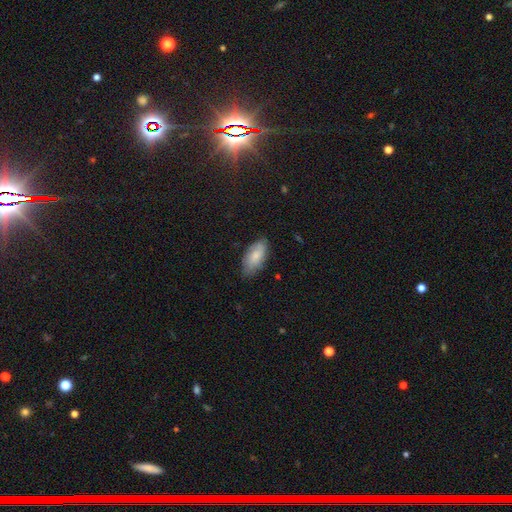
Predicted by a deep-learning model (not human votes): Smooth or featured? smooth (75%)
How rounded? in between (90%)
Merging? none (73%)